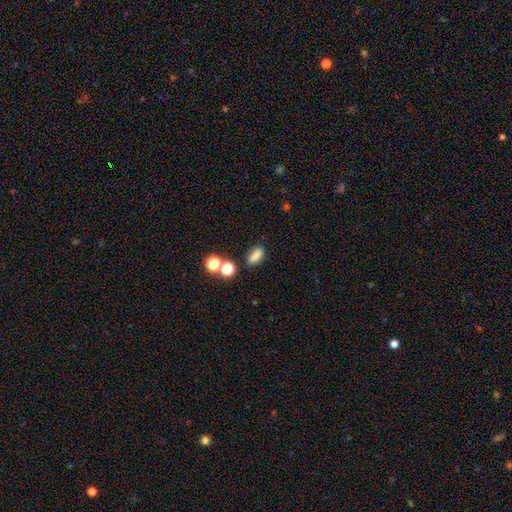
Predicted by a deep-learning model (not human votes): Smooth or featured? smooth (80%)
How rounded? in between (80%)
Merging? none (76%)